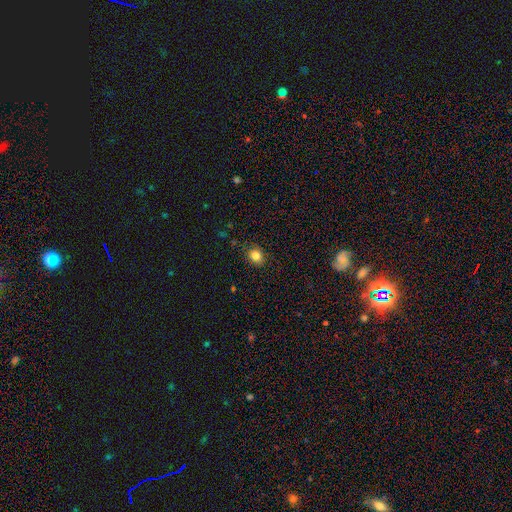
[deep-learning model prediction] The model was most divided on "how rounded": round: 64%, in between: 35%, cigar-shaped: 1%. More confident: merging — none (86%); smooth or featured — smooth (83%).